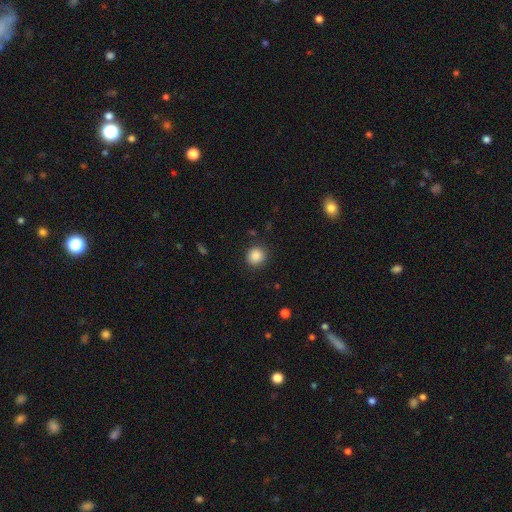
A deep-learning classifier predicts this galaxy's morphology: Q: Smooth or featured?
A: smooth (87%); runner-up: star or artifact (10%)
Q: How rounded?
A: round (90%); runner-up: in between (9%)
Q: Merging?
A: none (89%); runner-up: minor disturbance (7%)